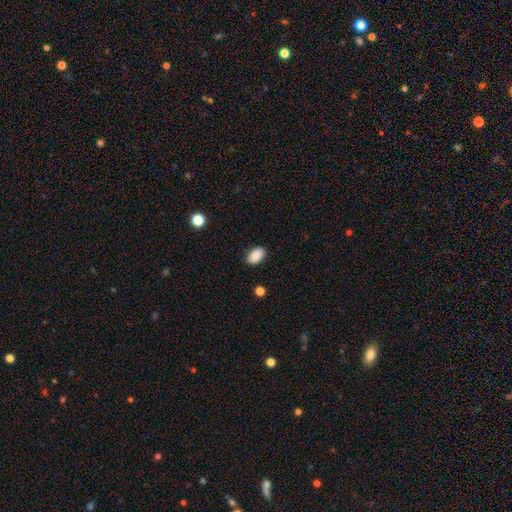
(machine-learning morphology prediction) This is clearly a smooth galaxy (85%). How rounded: clearly in between (90%). Merging: clearly none (86%).